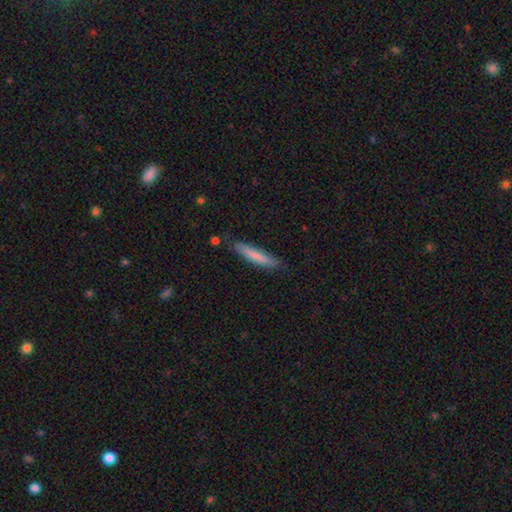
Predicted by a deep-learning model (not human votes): Smooth or featured? smooth (77%)
How rounded? cigar-shaped (91%)
Merging? none (83%)